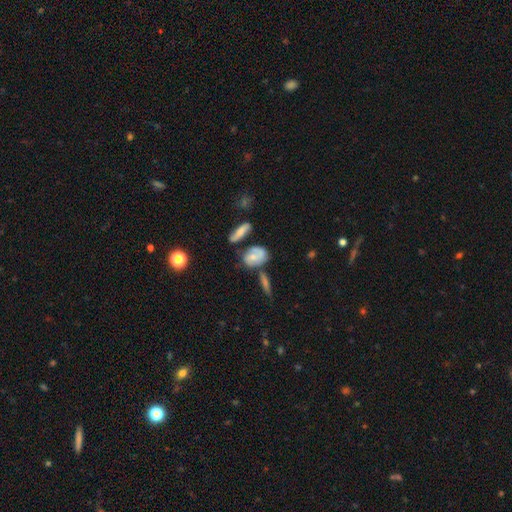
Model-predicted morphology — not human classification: Smooth or featured: smooth — 49% (featured or disk — 41%)
Merging: none — 55% (minor disturbance — 21%)